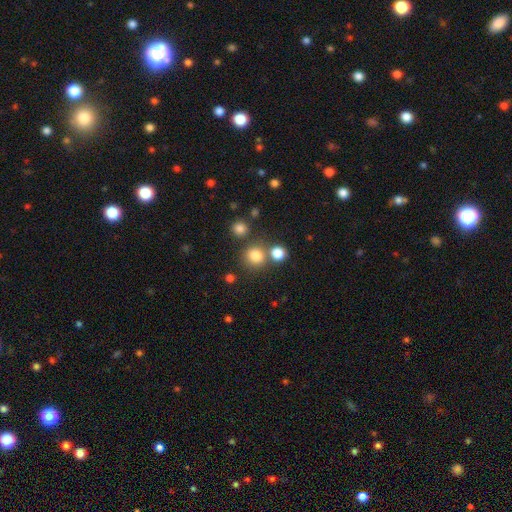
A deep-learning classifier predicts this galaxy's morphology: type=smooth (79%); roundness=round (90%); merging=none (73%).